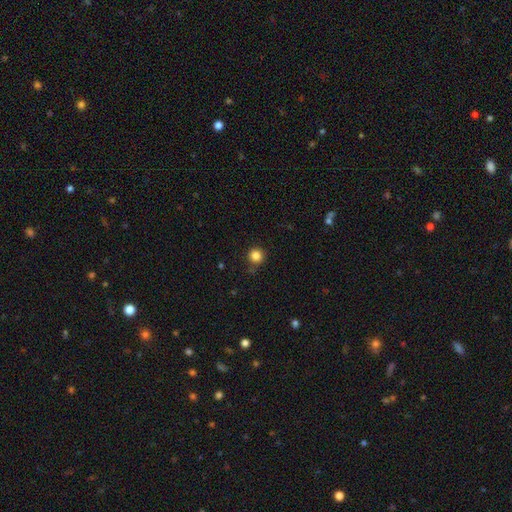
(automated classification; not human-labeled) Morphology: type=smooth (85%); roundness=round (94%); merging=none (84%).